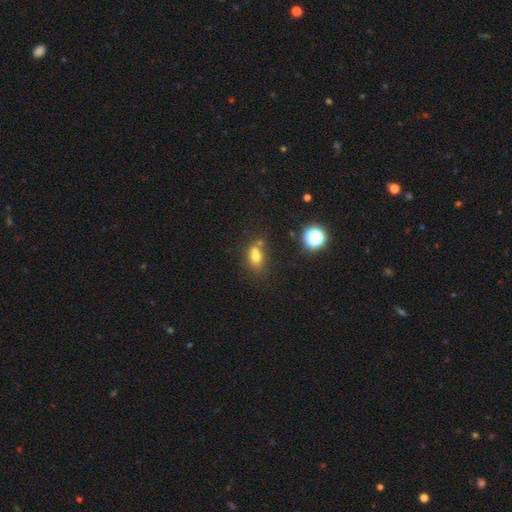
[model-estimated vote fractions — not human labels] This is likely a smooth galaxy (69%). How rounded: possibly in between (60%). Merging: marginally none (41%).